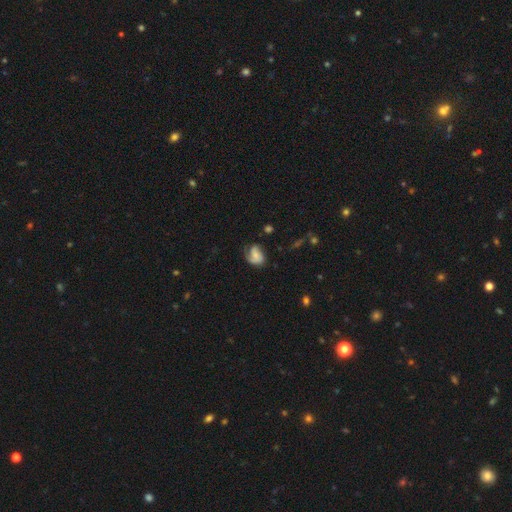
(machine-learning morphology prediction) A featured or disk galaxy (56%) with no bar (61%), spiral arms (88%) and a small central bulge (44%).

Vote fractions:
- Smooth or featured? featured or disk: 56% / smooth: 35% / star or artifact: 8%
- Edge-on disk? no: 97% / yes: 3%
- Bar? no: 61% / weak: 32% / strong: 8%
- Spiral arms? yes: 88% / no: 12%
- Bulge size? small: 44% / moderate: 25% / none: 24% / large: 5% / dominant: 2%
- Merging? none: 51% / minor disturbance: 27% / major disturbance: 20% / merger: 3%